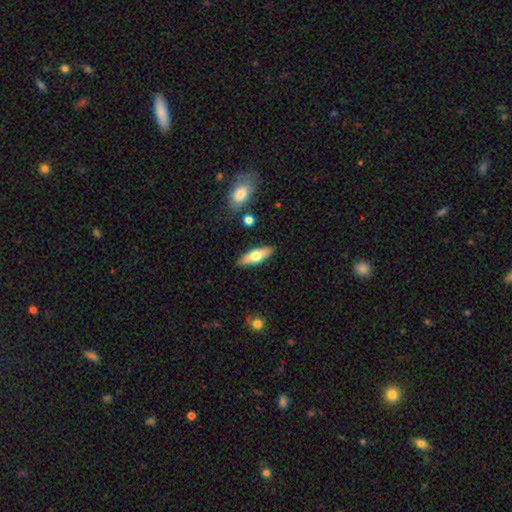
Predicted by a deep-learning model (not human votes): Morphology: type=smooth (54%); roundness=in between (54%); merging=none (88%).